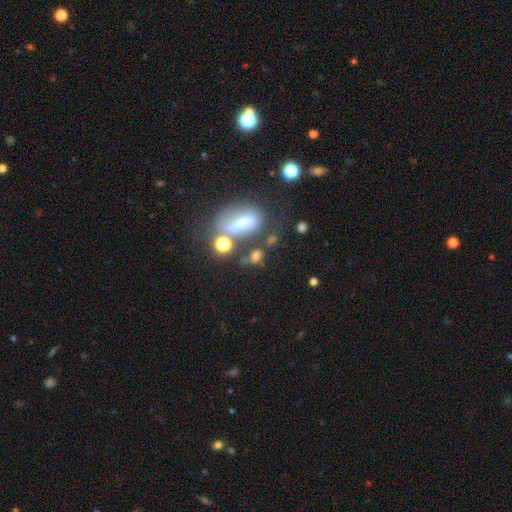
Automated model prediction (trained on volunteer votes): Morphology: type=smooth (56%); roundness=in between (51%); merging=none (47%).